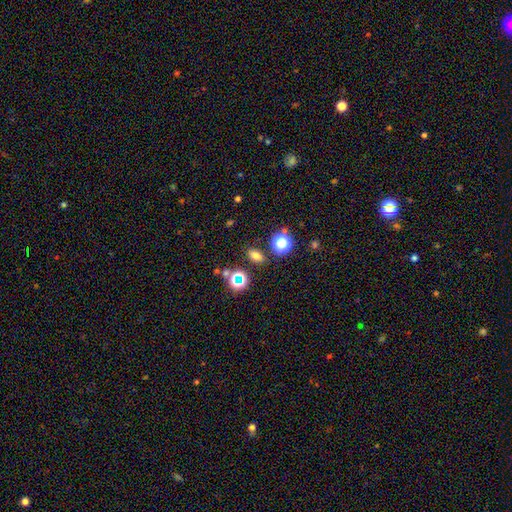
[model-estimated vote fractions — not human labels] A smooth galaxy with no disk features (68%) that is in between round and cigar-shaped (73%).

Vote fractions:
- Smooth or featured? smooth: 68% / star or artifact: 23% / featured or disk: 9%
- How rounded? in between: 73% / round: 24% / cigar-shaped: 3%
- Merging? none: 83% / minor disturbance: 9% / merger: 5% / major disturbance: 3%